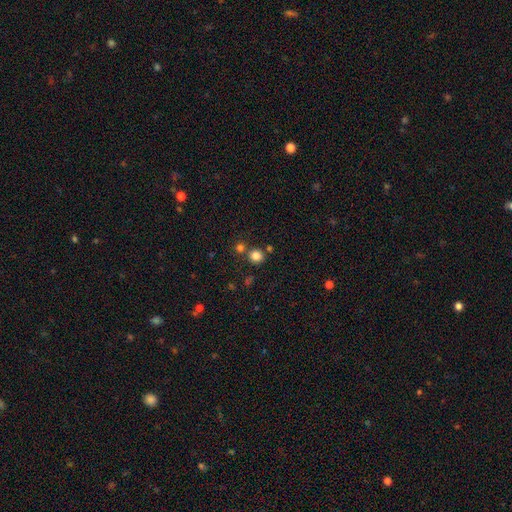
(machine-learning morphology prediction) smooth-or-featured: smooth: 81% | star or artifact: 14% | featured or disk: 5%
  how-rounded: round: 91% | in between: 8% | cigar-shaped: 1%
  merging: none: 75% | merger: 15% | minor disturbance: 7% | major disturbance: 3%